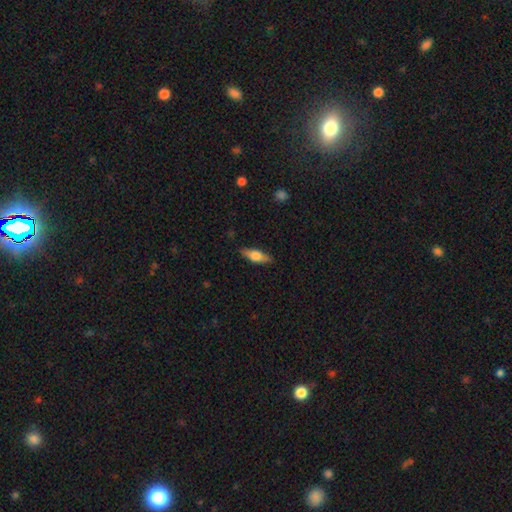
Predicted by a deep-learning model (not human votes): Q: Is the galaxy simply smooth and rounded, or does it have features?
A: smooth — 56%.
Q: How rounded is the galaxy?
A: in between — 59%.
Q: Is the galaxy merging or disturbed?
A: none — 86%.